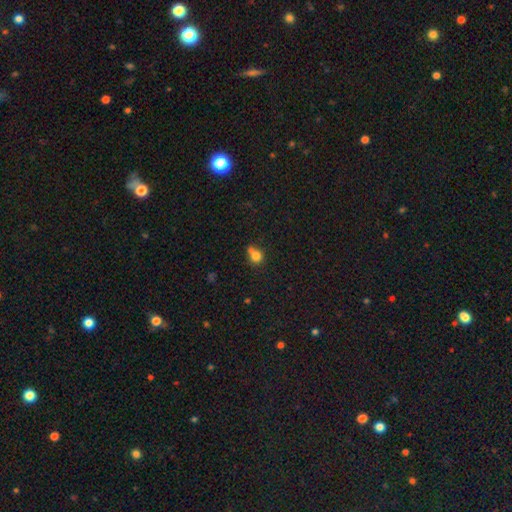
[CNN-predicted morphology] Smooth or featured?
  - smooth: 77% *
  - star or artifact: 13%
  - featured or disk: 11%
How rounded?
  - round: 80% *
  - in between: 19%
  - cigar-shaped: 1%
Merging?
  - none: 41% *
  - merger: 39%
  - minor disturbance: 14%
  - major disturbance: 6%